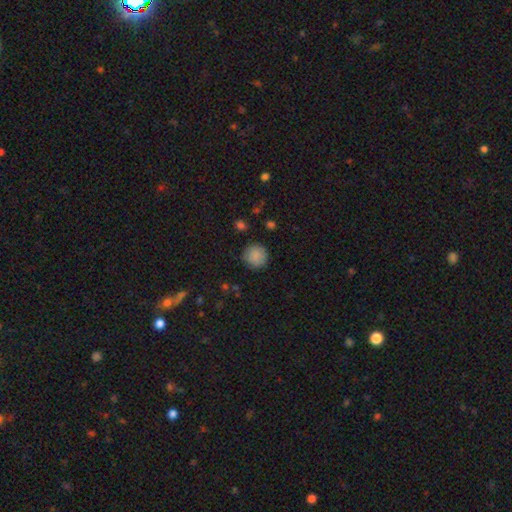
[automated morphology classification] Smooth or featured?
  - smooth: 87% *
  - star or artifact: 8%
  - featured or disk: 5%
How rounded?
  - round: 94% *
  - in between: 5%
  - cigar-shaped: 1%
Merging?
  - none: 86% *
  - minor disturbance: 10%
  - major disturbance: 3%
  - merger: 1%